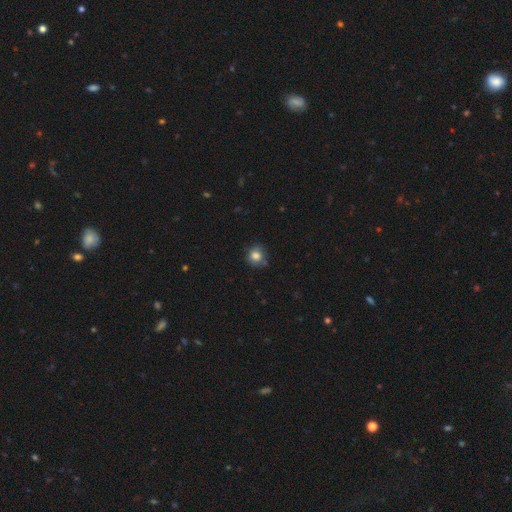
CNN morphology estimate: This appears to be a smooth galaxy with no disk features (81%) that is round (85%). Merging: none (72%).